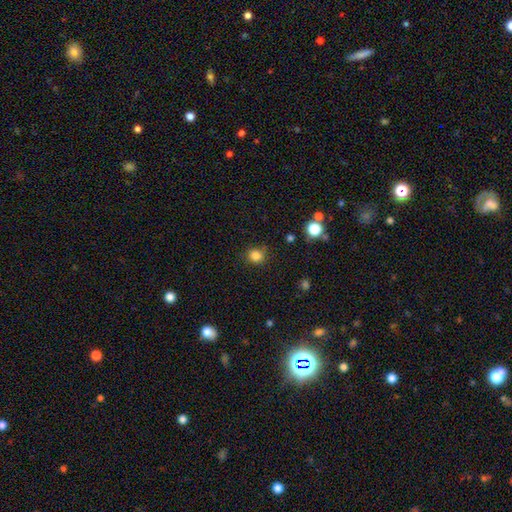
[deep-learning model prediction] This appears to be a smooth galaxy with no disk features (84%) that is round (86%). Merging: none (80%).